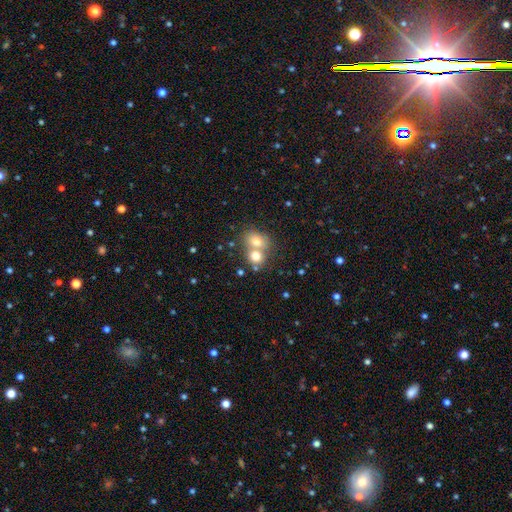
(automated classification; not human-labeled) This is likely a smooth galaxy (73%). How rounded: likely round (62%). Merging: likely merger (63%).